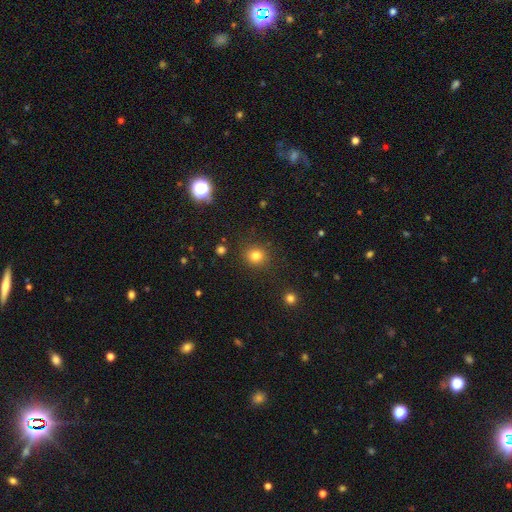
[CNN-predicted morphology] Smooth or featured: smooth — 81% (star or artifact — 14%)
How rounded: round — 87% (in between — 12%)
Merging: none — 88% (minor disturbance — 7%)